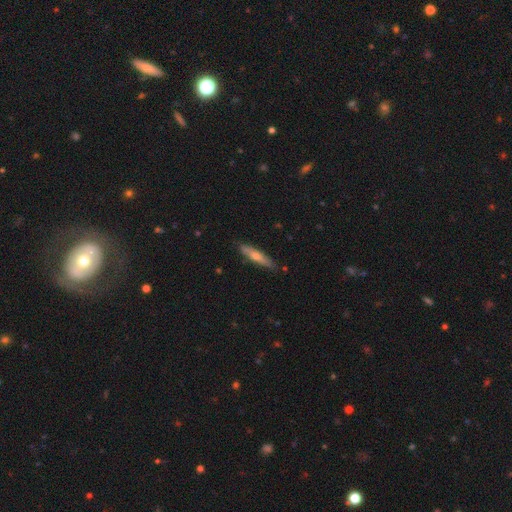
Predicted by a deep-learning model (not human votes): A smooth galaxy with no disk features (50%) that is cigar-shaped (88%).

Vote fractions:
- Smooth or featured? smooth: 50% / featured or disk: 43% / star or artifact: 6%
- How rounded? cigar-shaped: 88% / in between: 11% / round: 2%
- Merging? none: 85% / minor disturbance: 11% / major disturbance: 2% / merger: 1%